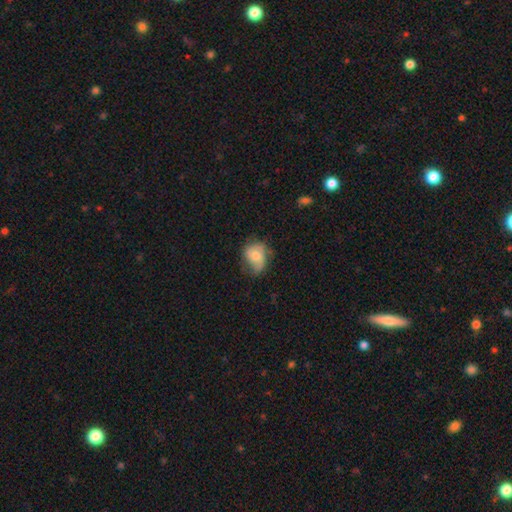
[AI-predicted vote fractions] Q: Smooth or featured?
A: smooth (61%); runner-up: featured or disk (32%)
Q: How rounded?
A: in between (53%); runner-up: round (46%)
Q: Merging?
A: none (53%); runner-up: minor disturbance (32%)